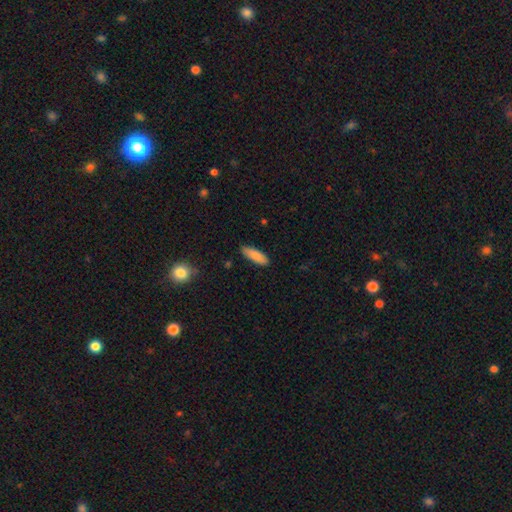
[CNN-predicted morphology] Smooth or featured: smooth — 86% (featured or disk — 8%)
How rounded: in between — 54% (cigar-shaped — 44%)
Merging: none — 86% (minor disturbance — 11%)